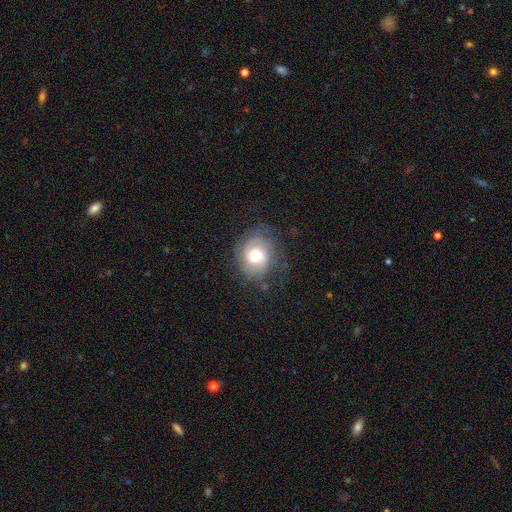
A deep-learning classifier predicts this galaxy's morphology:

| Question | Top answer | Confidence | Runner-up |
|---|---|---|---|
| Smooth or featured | featured or disk | 56% | smooth (36%) |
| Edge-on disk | no | 97% | yes (3%) |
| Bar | no | 70% | weak (25%) |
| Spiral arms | yes | 83% | no (17%) |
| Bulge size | moderate | 65% | large (19%) |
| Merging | none | 65% | minor disturbance (21%) |